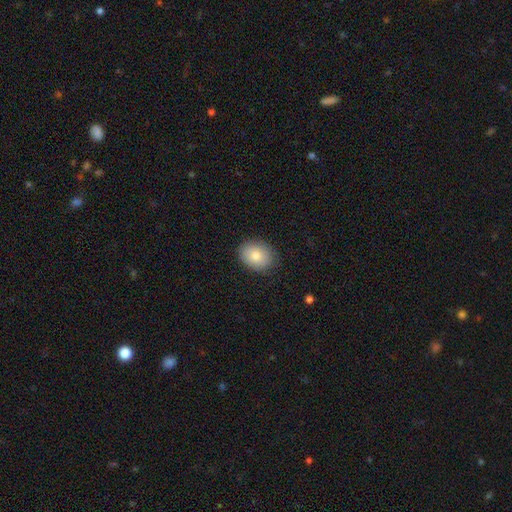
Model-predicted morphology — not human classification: This is clearly a smooth galaxy (81%). How rounded: possibly in between (60%). Merging: clearly none (84%).